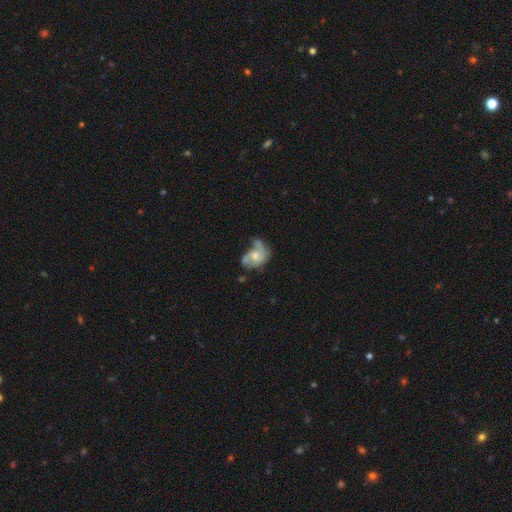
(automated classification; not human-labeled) smooth-or-featured: featured or disk: 57% | smooth: 35% | star or artifact: 8%
  disk-edge-on: no: 97% | yes: 3%
    bar: no: 72% | weak: 24% | strong: 4%
    has-spiral-arms: yes: 69% | no: 31%
    bulge-size: moderate: 54% | small: 28% | large: 9% | none: 8% | dominant: 2%
  merging: none: 29% | minor disturbance: 27% | major disturbance: 26% | merger: 19%